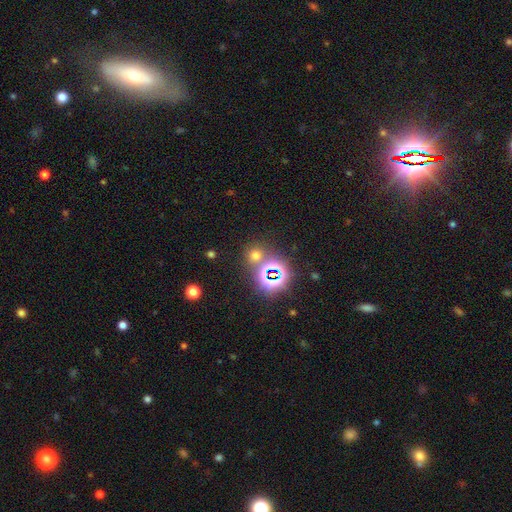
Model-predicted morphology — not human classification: Smooth or featured? smooth (52%)
How rounded? round (86%)
Merging? none (72%)